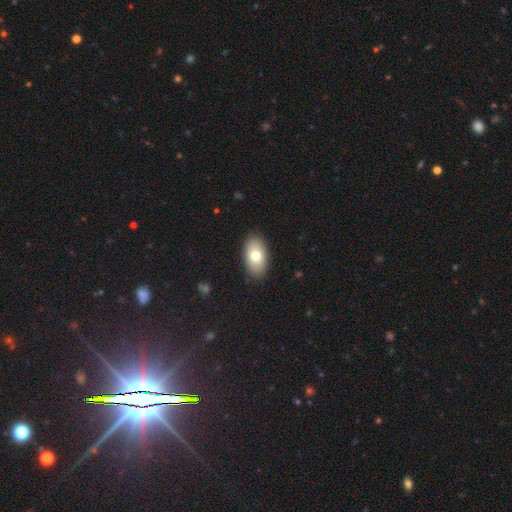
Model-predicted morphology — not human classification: smooth-or-featured: smooth: 76% | featured or disk: 17% | star or artifact: 7%
  how-rounded: in between: 93% | round: 6% | cigar-shaped: 2%
  merging: none: 87% | minor disturbance: 10% | major disturbance: 2% | merger: 1%